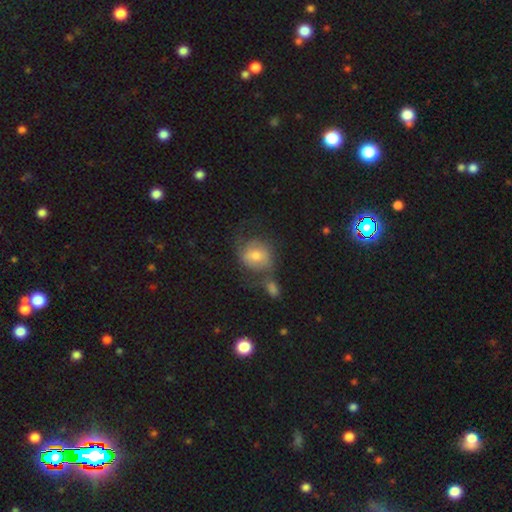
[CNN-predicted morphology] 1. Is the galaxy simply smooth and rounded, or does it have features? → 48% featured or disk, 43% smooth, 9% star or artifact.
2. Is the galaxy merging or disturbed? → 44% none, 21% minor disturbance, 19% major disturbance, 16% merger.